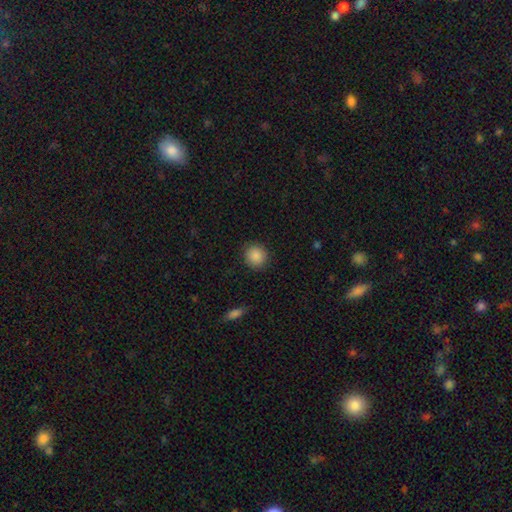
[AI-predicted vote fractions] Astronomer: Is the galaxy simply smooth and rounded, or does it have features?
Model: smooth — 88%.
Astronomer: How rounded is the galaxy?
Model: round — 89%.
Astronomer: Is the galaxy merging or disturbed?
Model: none — 90%.